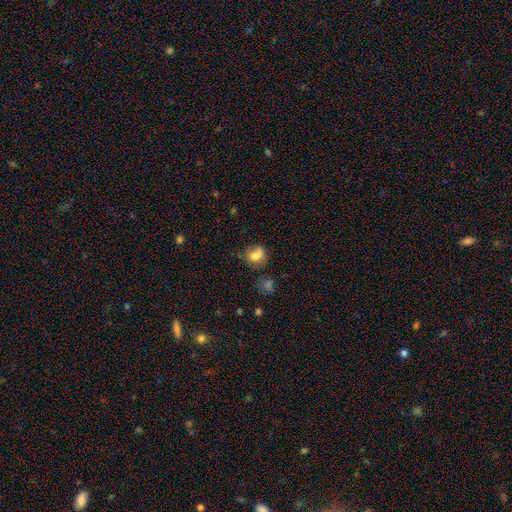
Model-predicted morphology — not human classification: smooth_or_featured: smooth (p=0.74) [alt: featured or disk p=0.15]
how_rounded: round (p=0.57) [alt: in between p=0.42]
merging: none (p=0.41) [alt: minor disturbance p=0.26]